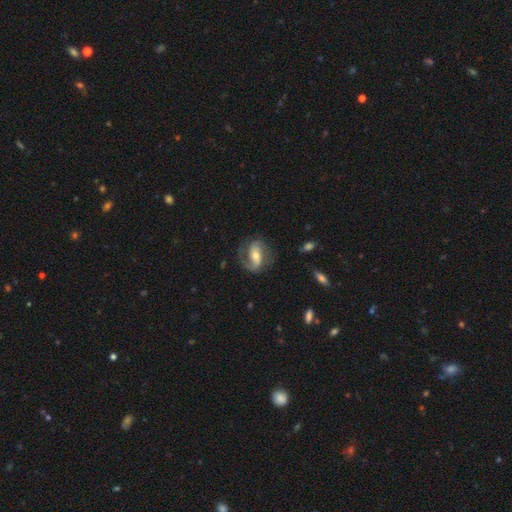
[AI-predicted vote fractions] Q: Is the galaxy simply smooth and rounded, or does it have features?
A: featured or disk — 82%.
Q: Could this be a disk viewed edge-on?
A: no — 96%.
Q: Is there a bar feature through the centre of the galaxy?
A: weak — 38%.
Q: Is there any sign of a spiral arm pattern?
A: yes — 94%.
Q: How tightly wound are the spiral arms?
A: medium — 48%.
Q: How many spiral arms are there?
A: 2 — 76%.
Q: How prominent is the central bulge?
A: moderate — 58%.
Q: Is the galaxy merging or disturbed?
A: none — 69%.